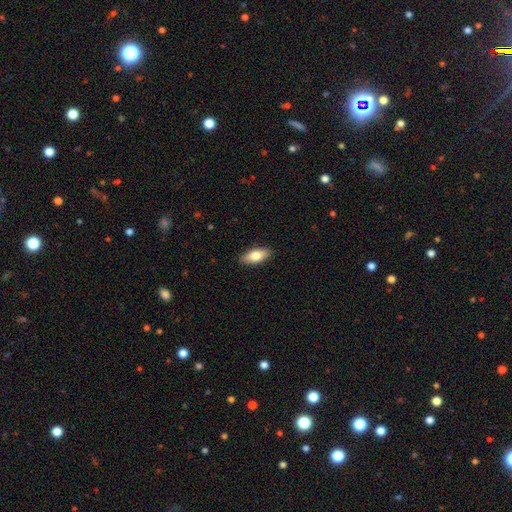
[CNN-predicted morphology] Overall: smooth (75%). How rounded: in between (83%). Merging: none (89%).